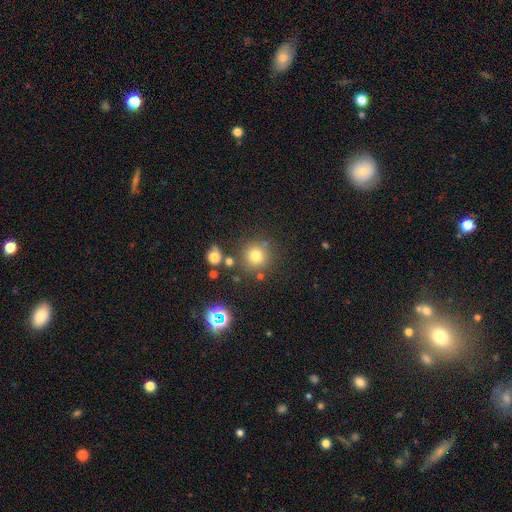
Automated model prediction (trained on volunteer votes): A smooth galaxy with no disk features (74%) that is round (94%). Merging: none (82%).